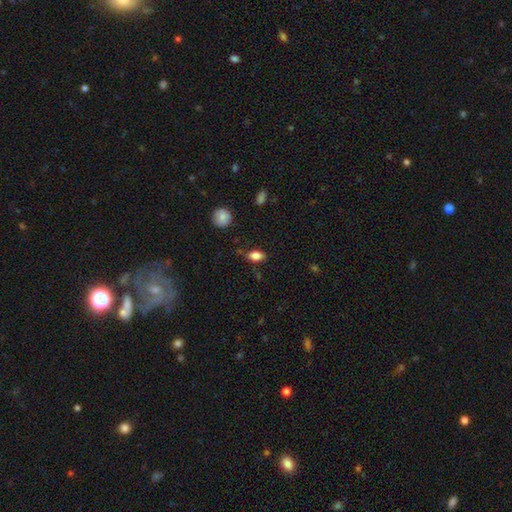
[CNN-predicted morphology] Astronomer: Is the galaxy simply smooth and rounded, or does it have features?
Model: smooth — 82%.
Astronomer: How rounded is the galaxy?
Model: in between — 85%.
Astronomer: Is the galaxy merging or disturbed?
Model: none — 77%.